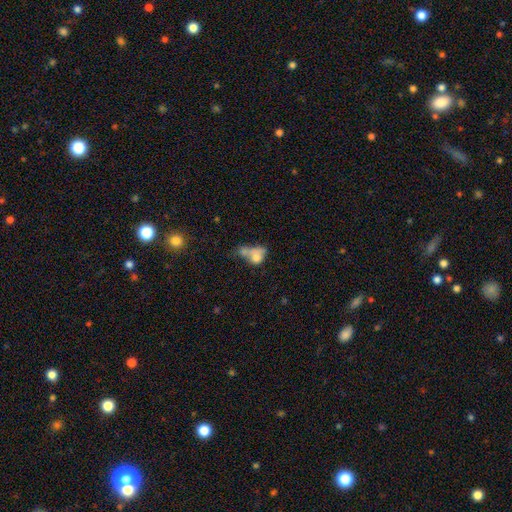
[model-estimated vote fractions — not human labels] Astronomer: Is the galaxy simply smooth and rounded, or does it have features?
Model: smooth — 64%.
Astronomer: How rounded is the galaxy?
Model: in between — 63%.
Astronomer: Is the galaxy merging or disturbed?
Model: merger — 53%.